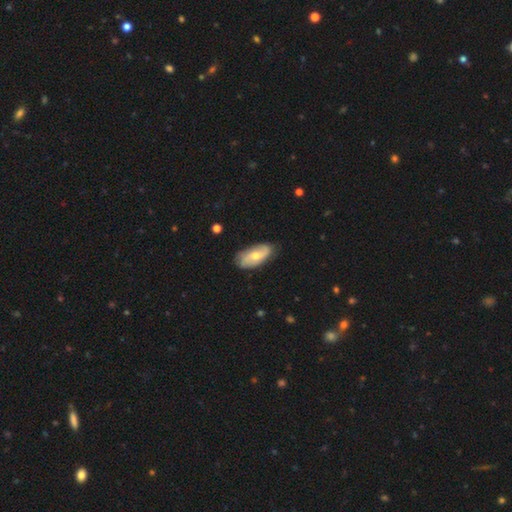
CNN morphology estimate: Smooth or featured: featured or disk — 55% (smooth — 39%)
Edge-on disk: no — 89% (yes — 11%)
Merging: none — 78% (minor disturbance — 17%)